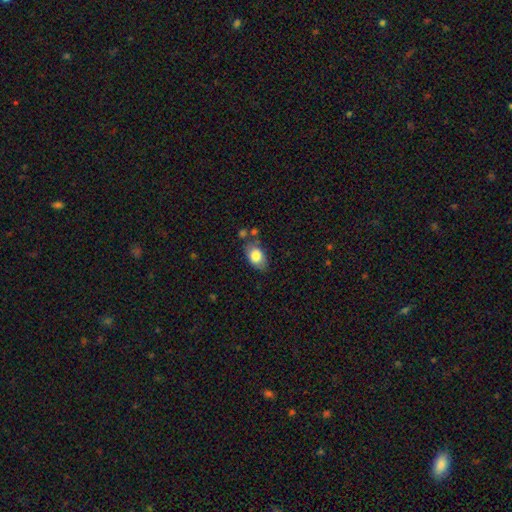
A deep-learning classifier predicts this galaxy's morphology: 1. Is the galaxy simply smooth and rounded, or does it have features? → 82% smooth, 11% featured or disk, 7% star or artifact.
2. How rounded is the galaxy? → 87% in between, 12% round, 2% cigar-shaped.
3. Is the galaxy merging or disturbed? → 68% none, 20% minor disturbance, 7% merger, 5% major disturbance.